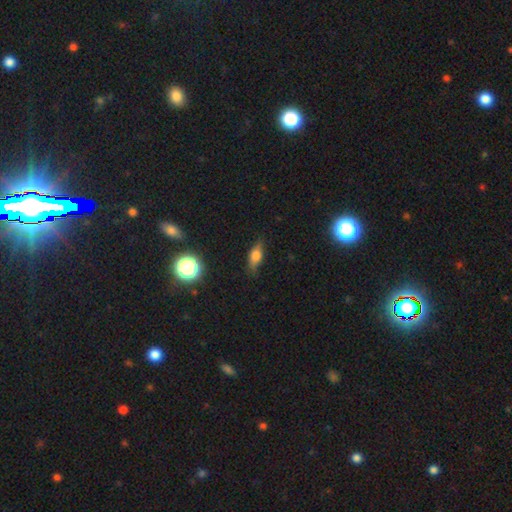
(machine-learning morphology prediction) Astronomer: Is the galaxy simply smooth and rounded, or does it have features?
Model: smooth — 61%.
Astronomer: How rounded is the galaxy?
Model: in between — 67%.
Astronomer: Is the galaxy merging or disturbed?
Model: none — 78%.